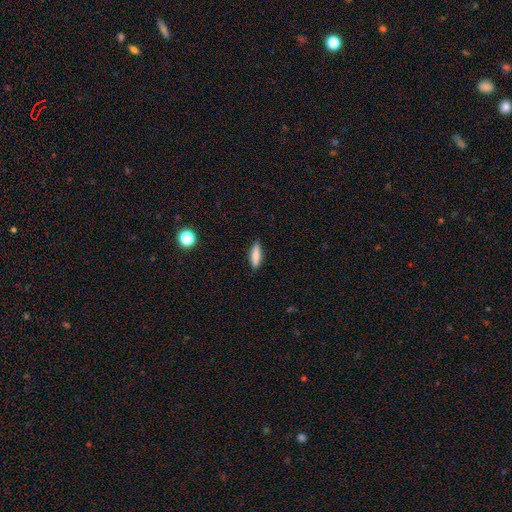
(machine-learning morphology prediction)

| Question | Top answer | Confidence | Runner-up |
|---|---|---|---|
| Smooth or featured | smooth | 80% | featured or disk (13%) |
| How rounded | cigar-shaped | 59% | in between (39%) |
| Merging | none | 88% | minor disturbance (9%) |